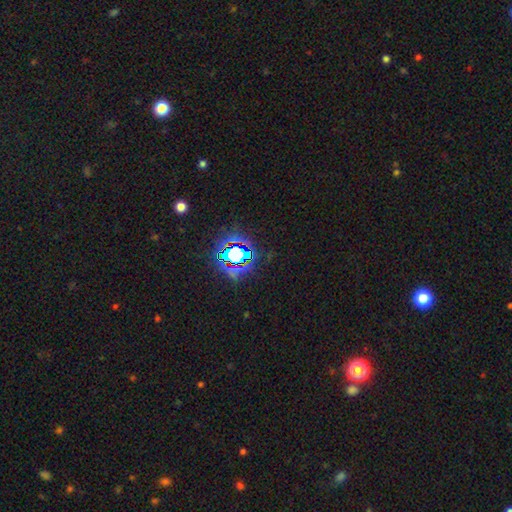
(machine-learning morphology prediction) The model was most divided on "smooth or featured": star or artifact: 81%, smooth: 12%, featured or disk: 7%.